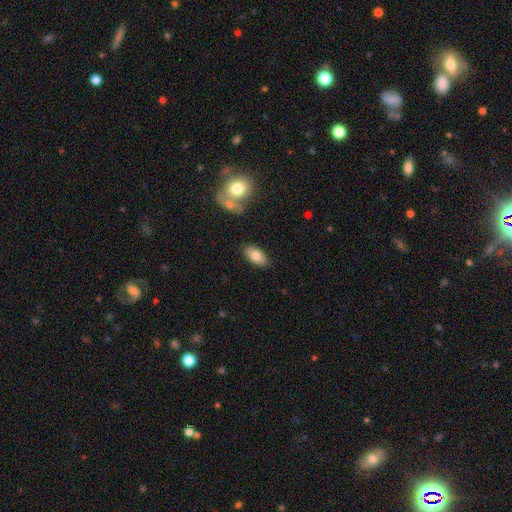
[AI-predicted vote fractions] Smooth or featured? Predicted: smooth (p=0.78). How rounded? Predicted: in between (p=0.93). Merging? Predicted: none (p=0.83).